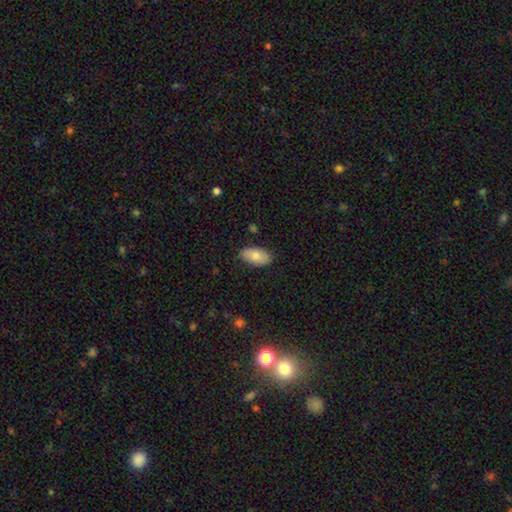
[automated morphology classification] Smooth or featured? smooth (76%)
How rounded? in between (94%)
Merging? none (84%)